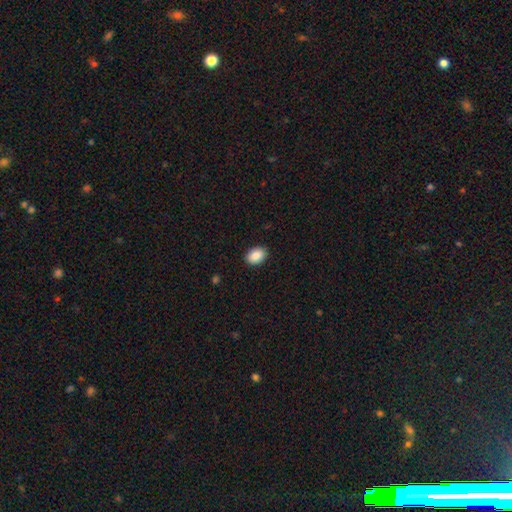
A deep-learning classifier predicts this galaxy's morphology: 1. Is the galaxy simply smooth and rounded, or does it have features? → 88% smooth, 7% star or artifact, 4% featured or disk.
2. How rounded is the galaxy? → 81% in between, 18% round, 1% cigar-shaped.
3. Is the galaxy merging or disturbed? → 90% none, 7% minor disturbance, 2% major disturbance, 1% merger.